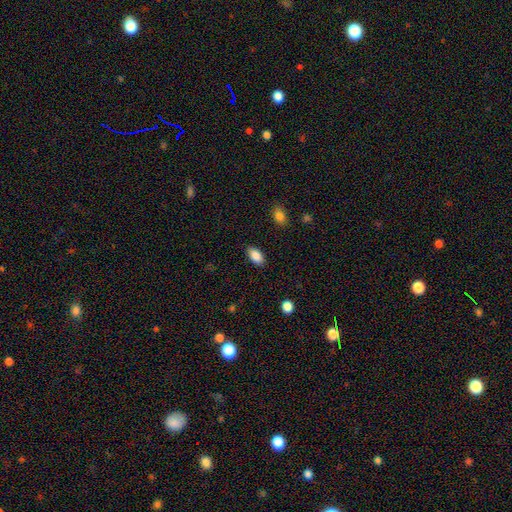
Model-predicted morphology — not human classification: type=smooth (88%); roundness=in between (93%); merging=none (86%).